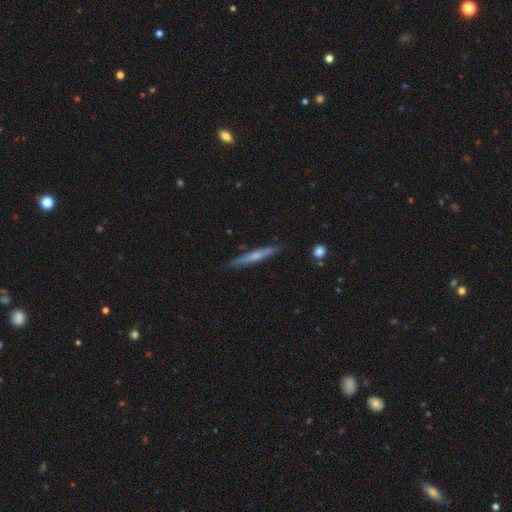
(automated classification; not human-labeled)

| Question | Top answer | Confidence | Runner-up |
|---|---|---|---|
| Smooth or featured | featured or disk | 48% | smooth (46%) |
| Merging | none | 88% | minor disturbance (9%) |